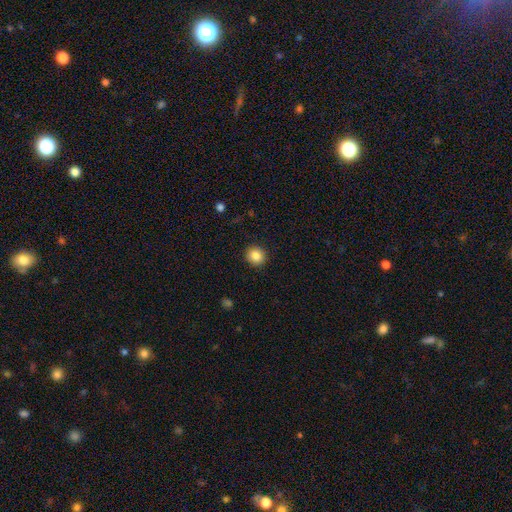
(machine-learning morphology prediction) Smooth or featured?
  - smooth: 85% *
  - star or artifact: 10%
  - featured or disk: 5%
How rounded?
  - round: 88% *
  - in between: 11%
  - cigar-shaped: 1%
Merging?
  - none: 91% *
  - minor disturbance: 6%
  - major disturbance: 2%
  - merger: 1%